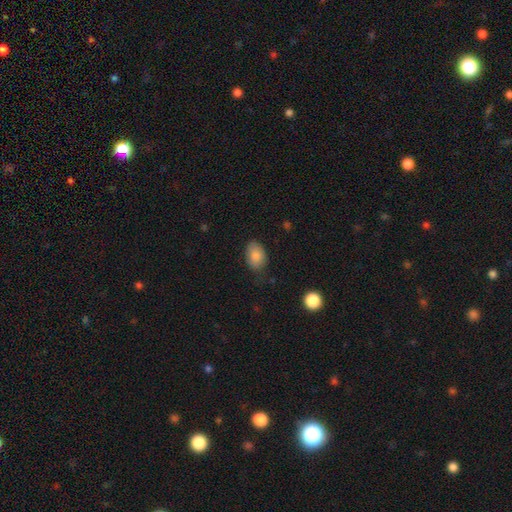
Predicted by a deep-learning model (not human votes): Smooth or featured?
  - smooth: 86% *
  - star or artifact: 7%
  - featured or disk: 7%
How rounded?
  - in between: 84% *
  - round: 15%
  - cigar-shaped: 1%
Merging?
  - none: 73% *
  - minor disturbance: 21%
  - major disturbance: 4%
  - merger: 1%